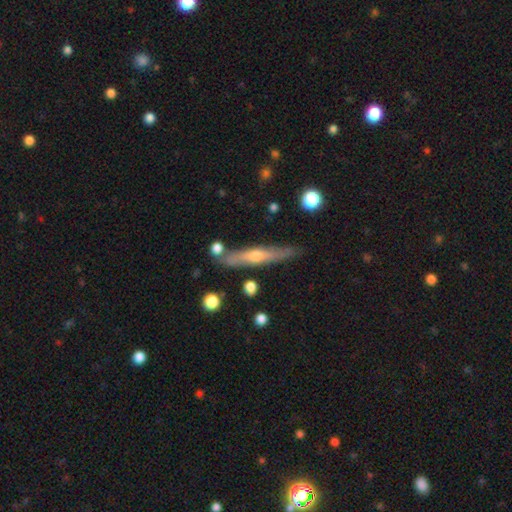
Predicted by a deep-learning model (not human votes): Morphology: type=featured or disk (60%); edge-on=yes (90%); edge-on bulge=rounded (81%); merging=none (77%).